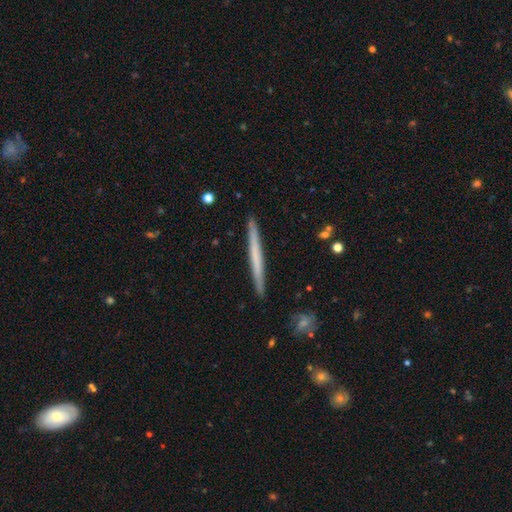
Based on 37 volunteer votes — A smooth galaxy with no disk features (57%) that is cigar-shaped (95%).

Vote fractions:
- Smooth or featured? smooth: 57% / featured or disk: 41% / star or artifact: 3%
- How rounded? cigar-shaped: 95% / round: 5% / in between: 0%
- Merging? none: 94% / minor disturbance: 6% / major disturbance: 0% / merger: 0%